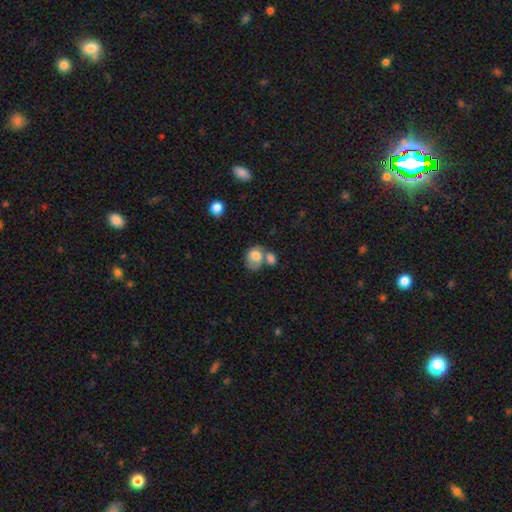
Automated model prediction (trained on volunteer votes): Smooth or featured: smooth — 72% (featured or disk — 20%)
How rounded: in between — 52% (round — 47%)
Merging: merger — 49% (none — 27%)